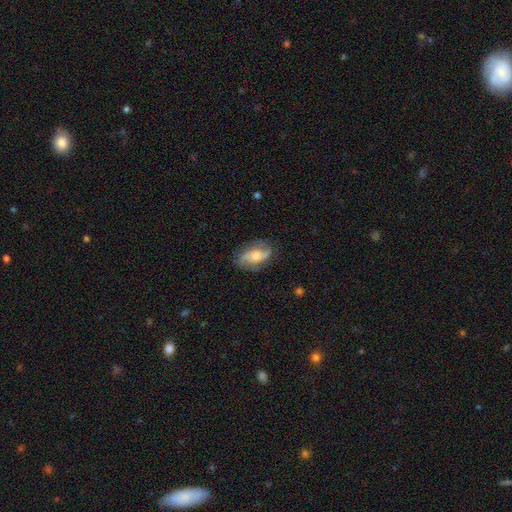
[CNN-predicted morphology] smooth_or_featured: featured or disk (p=0.76) [alt: smooth p=0.17]
disk_edge_on: no (p=0.96) [alt: yes p=0.04]
bar: no (p=0.53) [alt: weak p=0.35]
has_spiral_arms: yes (p=0.94) [alt: no p=0.06]
spiral_winding: medium (p=0.44) [alt: loose p=0.38]
spiral_arm_count: 2 (p=0.69) [alt: 3 p=0.14]
bulge_size: moderate (p=0.54) [alt: small p=0.24]
merging: none (p=0.76) [alt: minor disturbance p=0.16]